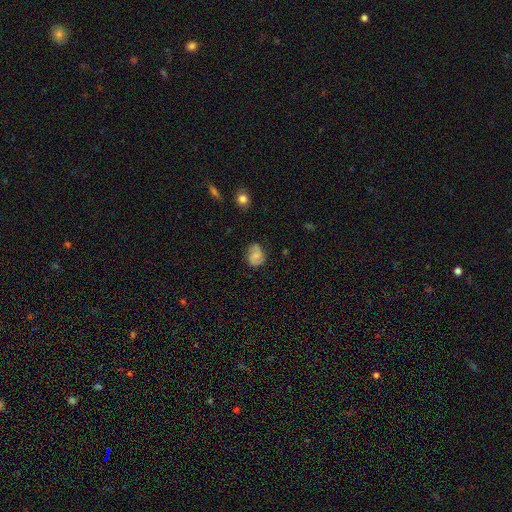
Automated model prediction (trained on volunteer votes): smooth_or_featured: smooth (p=0.57) [alt: featured or disk p=0.34]
how_rounded: in between (p=0.51) [alt: round p=0.47]
merging: none (p=0.65) [alt: minor disturbance p=0.26]